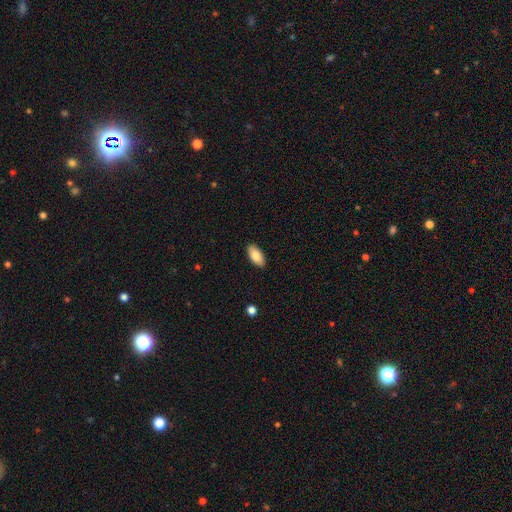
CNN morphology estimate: smooth_or_featured: smooth (p=0.86) [alt: featured or disk p=0.08]
how_rounded: in between (p=0.91) [alt: cigar-shaped p=0.07]
merging: none (p=0.89) [alt: minor disturbance p=0.08]